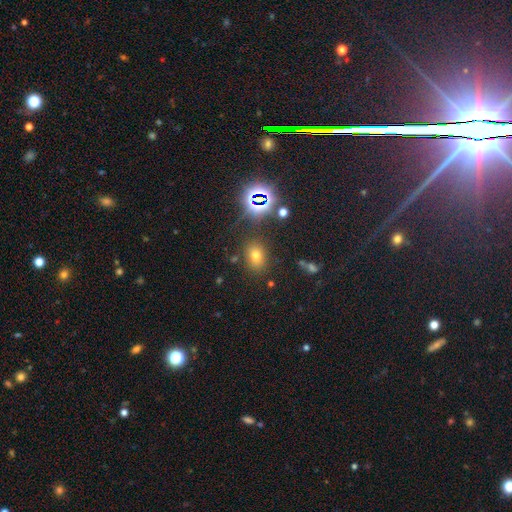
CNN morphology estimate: Smooth or featured: smooth — 62% (star or artifact — 27%)
How rounded: in between — 64% (round — 34%)
Merging: none — 81% (minor disturbance — 11%)